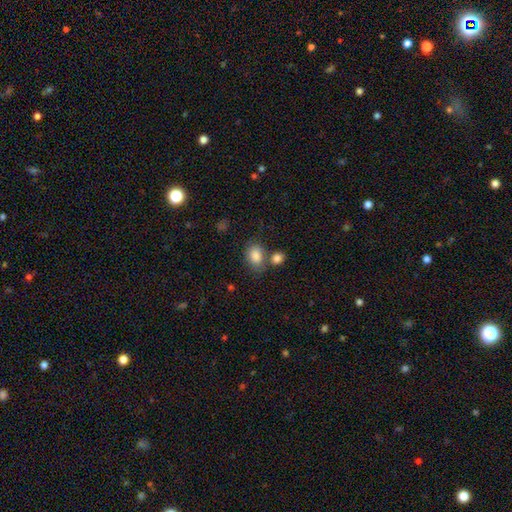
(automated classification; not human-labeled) Smooth or featured? Predicted: smooth (p=0.85). How rounded? Predicted: in between (p=0.70). Merging? Predicted: none (p=0.57).